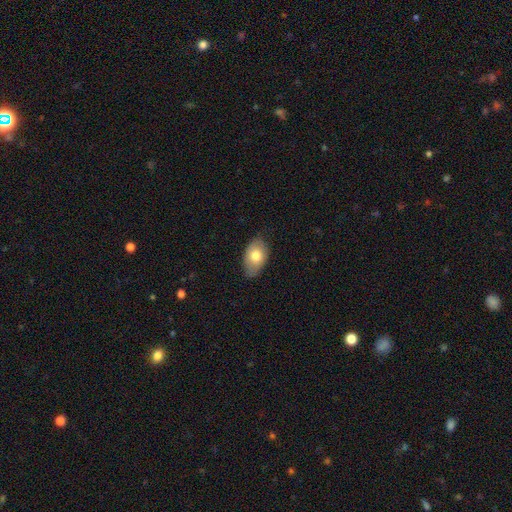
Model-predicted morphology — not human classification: smooth 73%, featured or disk 20%, star or artifact 7%. Down the decision tree: how rounded — in between (91%); merging — none (77%).